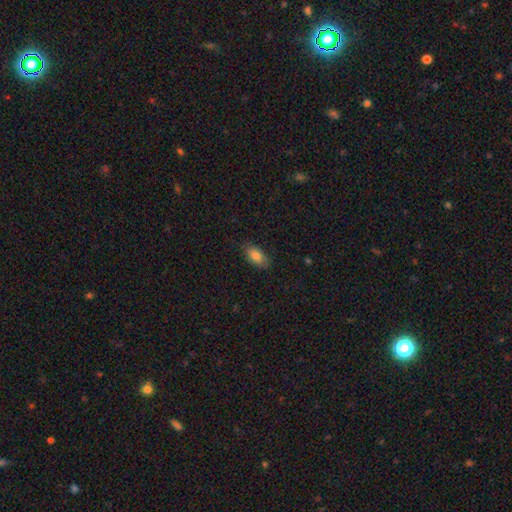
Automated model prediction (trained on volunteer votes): smooth_or_featured: smooth (p=0.83) [alt: featured or disk p=0.10]
how_rounded: in between (p=0.92) [alt: round p=0.05]
merging: none (p=0.80) [alt: minor disturbance p=0.16]